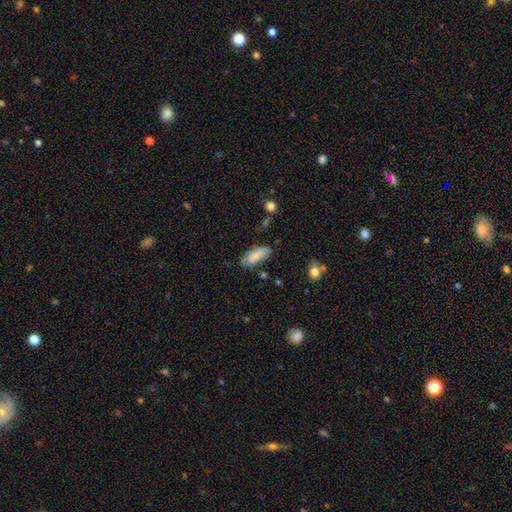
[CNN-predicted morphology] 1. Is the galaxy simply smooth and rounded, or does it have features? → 81% smooth, 13% featured or disk, 7% star or artifact.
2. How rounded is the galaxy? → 81% in between, 17% cigar-shaped, 2% round.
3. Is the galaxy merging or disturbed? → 70% none, 22% minor disturbance, 5% major disturbance, 3% merger.